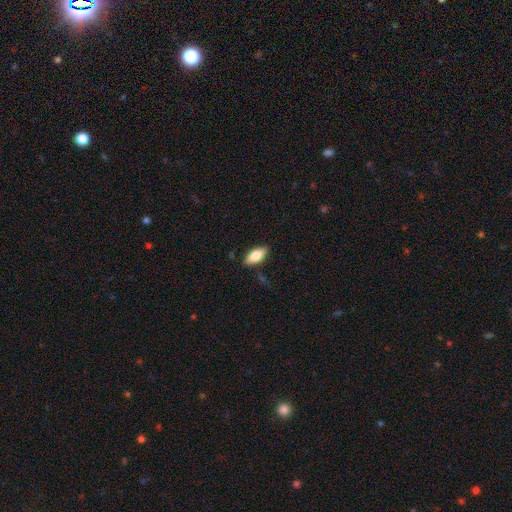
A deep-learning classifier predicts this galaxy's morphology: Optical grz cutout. It shows a smooth galaxy with no disk features (72%) that is in between round and cigar-shaped (83%). Merging: none (84%).